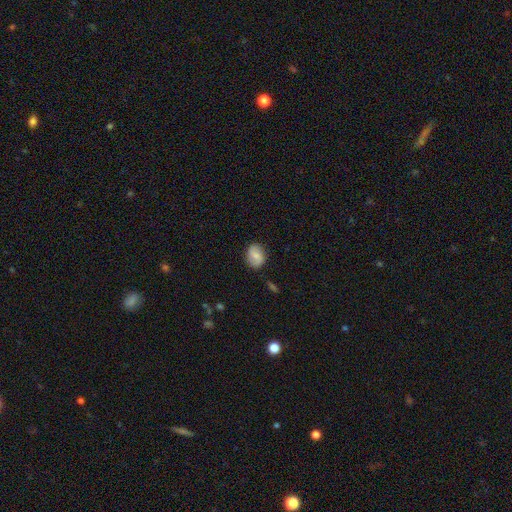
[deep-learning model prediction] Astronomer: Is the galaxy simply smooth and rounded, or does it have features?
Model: smooth — 61%.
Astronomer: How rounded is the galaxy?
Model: in between — 62%.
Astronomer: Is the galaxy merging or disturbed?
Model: none — 82%.